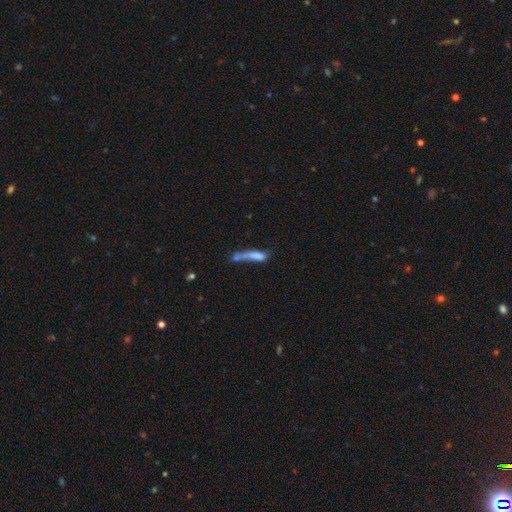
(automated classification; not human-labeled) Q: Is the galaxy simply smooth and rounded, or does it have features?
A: smooth — 69%.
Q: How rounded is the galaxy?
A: cigar-shaped — 74%.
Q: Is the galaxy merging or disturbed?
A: merger — 40%.